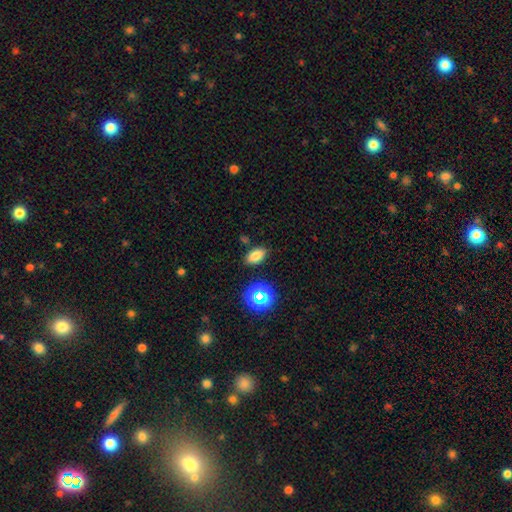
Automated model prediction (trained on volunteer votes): The model was most divided on "smooth or featured": smooth: 77%, star or artifact: 16%, featured or disk: 7%. More confident: how rounded — in between (88%); merging — none (84%).